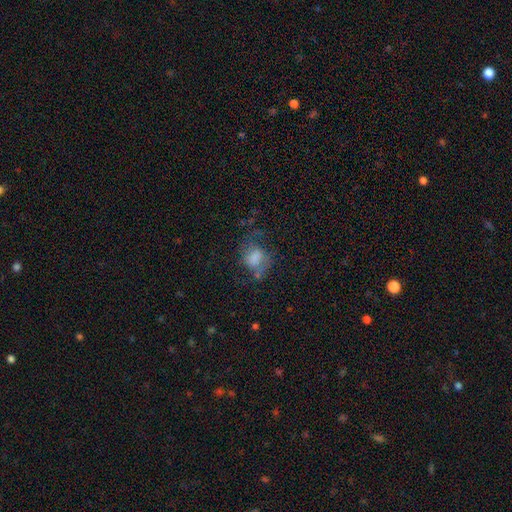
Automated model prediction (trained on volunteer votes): smooth-or-featured: featured or disk: 44% | smooth: 41% | star or artifact: 15%
  merging: none: 49% | major disturbance: 24% | minor disturbance: 22% | merger: 4%